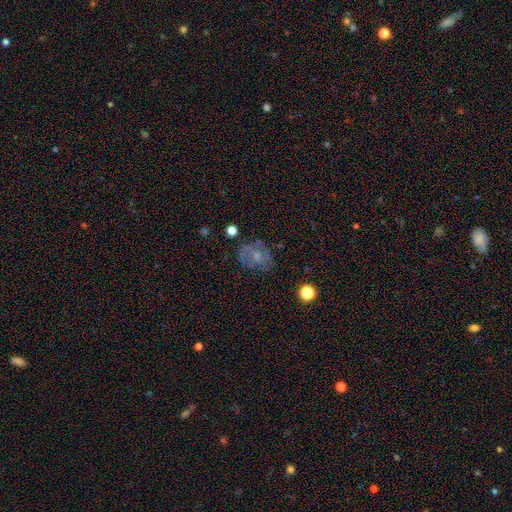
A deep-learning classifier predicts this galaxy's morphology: Overall: smooth (46%; featured or disk 41%). Merging: none (61%; minor disturbance 22%).